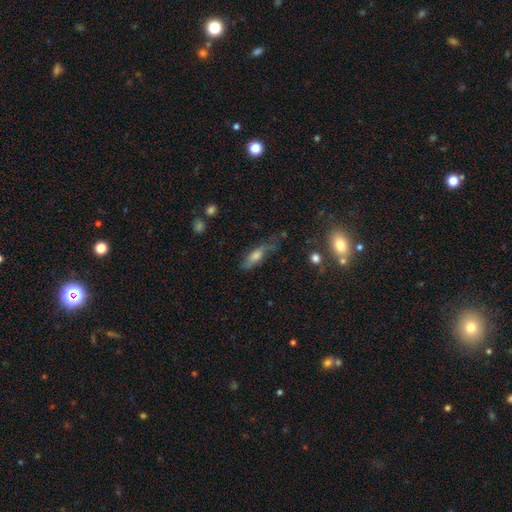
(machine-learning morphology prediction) A smooth galaxy with no disk features (47%).

Vote fractions:
- Smooth or featured? smooth: 47% / featured or disk: 41% / star or artifact: 12%
- Merging? none: 54% / minor disturbance: 27% / major disturbance: 15% / merger: 3%